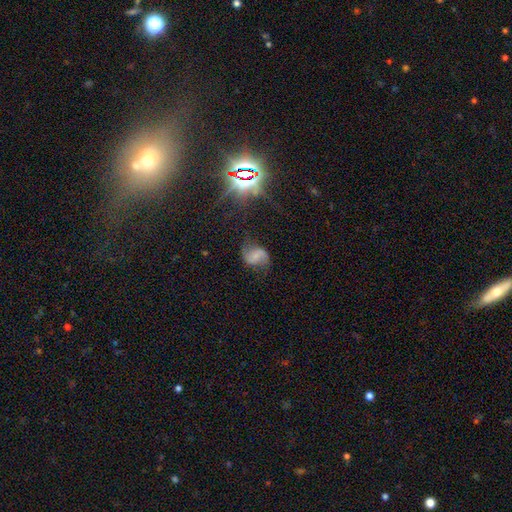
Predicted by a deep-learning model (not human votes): Smooth or featured: featured or disk — 51% (smooth — 34%)
Edge-on disk: no — 97% (yes — 3%)
Merging: none — 62% (minor disturbance — 23%)